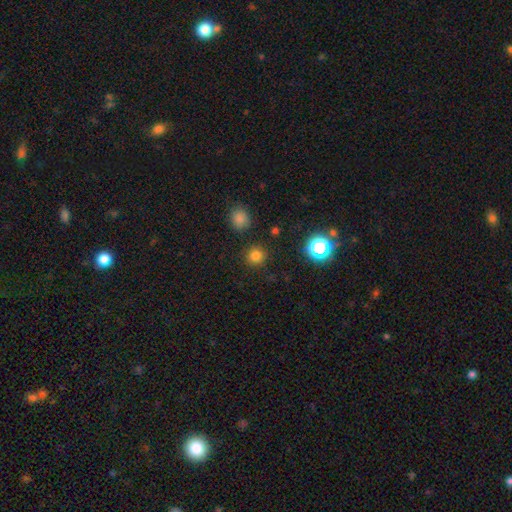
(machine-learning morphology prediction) A smooth galaxy with no disk features (78%) that is round (93%). Merging: none (90%).